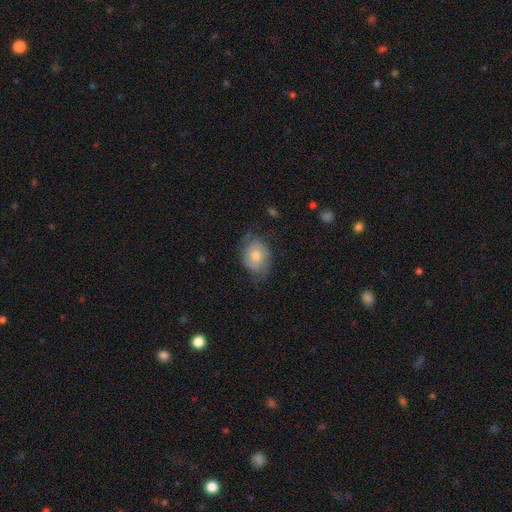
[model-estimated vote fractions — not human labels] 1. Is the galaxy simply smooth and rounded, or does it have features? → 54% smooth, 38% featured or disk, 9% star or artifact.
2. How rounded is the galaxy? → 58% in between, 41% round, 1% cigar-shaped.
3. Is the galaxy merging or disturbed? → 63% none, 26% minor disturbance, 10% major disturbance, 1% merger.